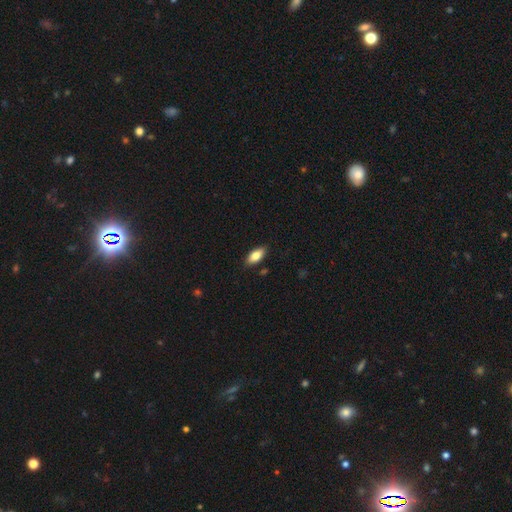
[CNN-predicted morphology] A smooth galaxy with no disk features (80%) that is in between round and cigar-shaped (87%). Merging: none (86%).